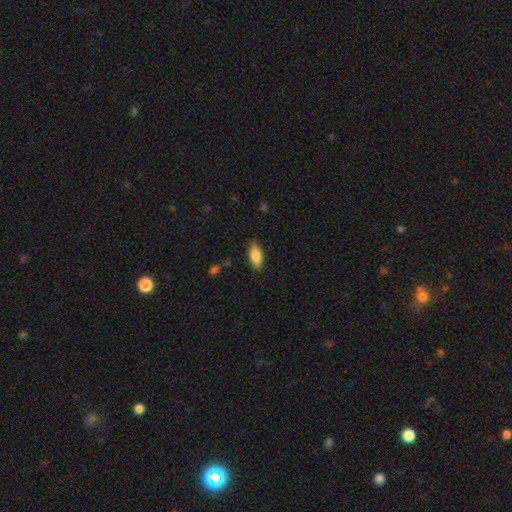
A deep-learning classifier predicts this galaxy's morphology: Overall: smooth (84%). How rounded: in between (87%). Merging: none (84%).